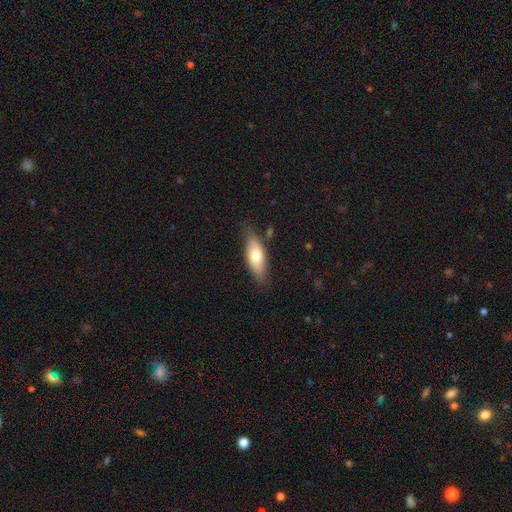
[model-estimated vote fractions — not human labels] smooth 69%, featured or disk 25%, star or artifact 6%. Down the decision tree: how rounded — in between (74%); merging — none (78%).